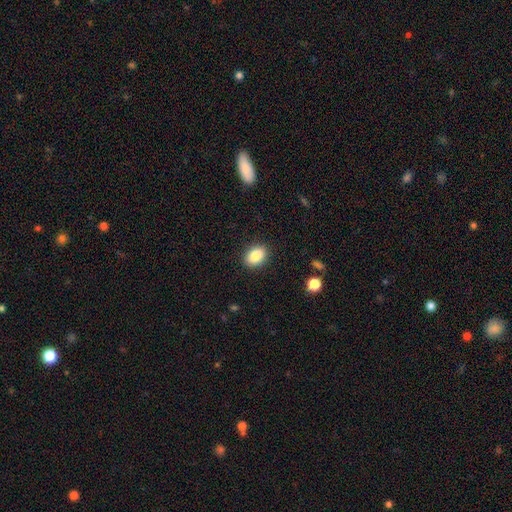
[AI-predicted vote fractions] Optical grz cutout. It shows a smooth galaxy with no disk features (87%) that is in between round and cigar-shaped (81%). Merging: none (89%).